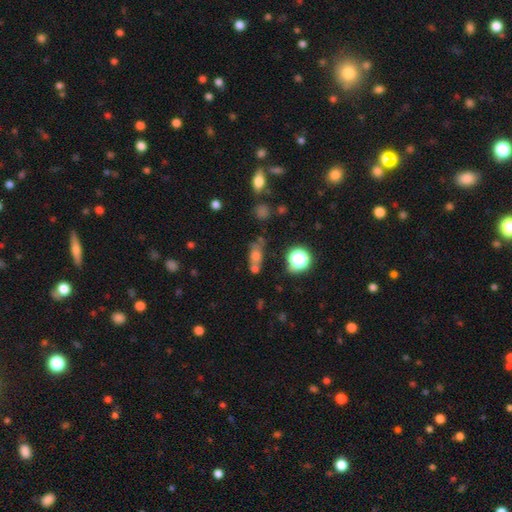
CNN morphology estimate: Q: Smooth or featured?
A: smooth (63%); runner-up: star or artifact (19%)
Q: How rounded?
A: in between (63%); runner-up: round (23%)
Q: Merging?
A: none (44%); runner-up: merger (29%)